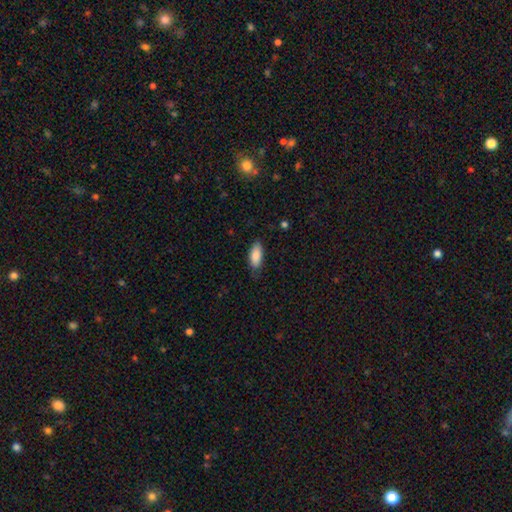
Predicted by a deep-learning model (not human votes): A smooth galaxy with no disk features (87%) that is in between round and cigar-shaped (84%). Merging: none (76%).